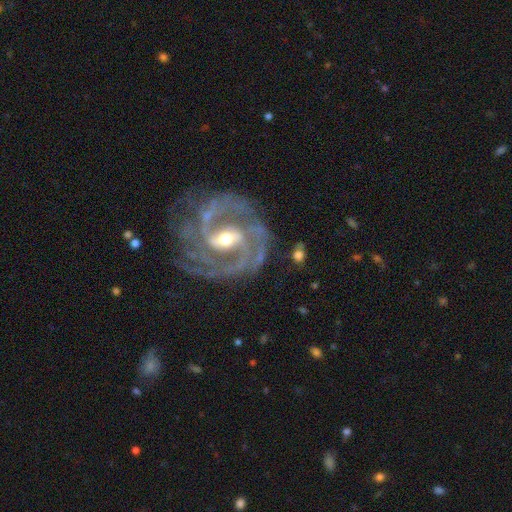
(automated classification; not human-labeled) Smooth or featured?
  - featured or disk: 91% *
  - star or artifact: 5%
  - smooth: 3%
Edge-on disk?
  - no: 97% *
  - yes: 3%
Bar?
  - weak: 42% *
  - strong: 41%
  - no: 17%
Spiral arms?
  - yes: 98% *
  - no: 2%
Spiral winding?
  - tight: 52% *
  - medium: 41%
  - loose: 7%
Spiral arm count?
  - 2: 42% *
  - 3: 28%
  - can't tell: 13%
  - 4: 8%
  - 1: 5%
  - more than 4: 5%
Bulge size?
  - moderate: 59% *
  - small: 36%
  - large: 4%
  - none: 1%
  - dominant: 1%
Merging?
  - none: 69% *
  - minor disturbance: 18%
  - major disturbance: 10%
  - merger: 3%